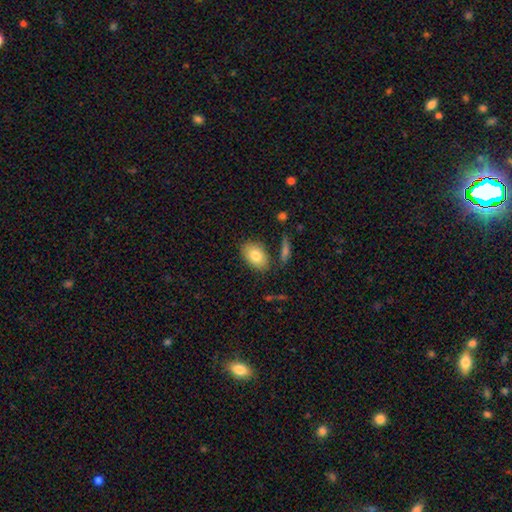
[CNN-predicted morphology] This appears to be a smooth galaxy with no disk features (80%) that is in between round and cigar-shaped (88%). Merging: none (78%).